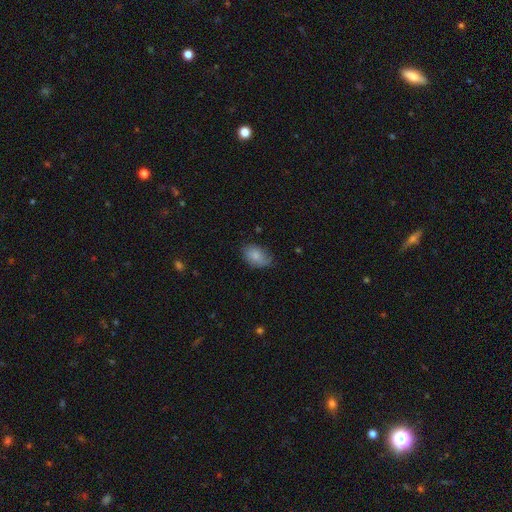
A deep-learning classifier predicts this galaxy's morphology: smooth-or-featured: smooth: 78% | featured or disk: 15% | star or artifact: 8%
  how-rounded: in between: 84% | round: 14% | cigar-shaped: 1%
  merging: none: 61% | minor disturbance: 30% | major disturbance: 8% | merger: 2%